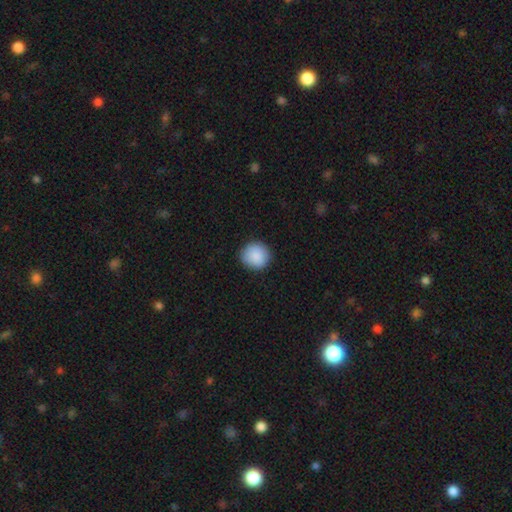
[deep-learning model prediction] Morphology: type=smooth (89%); roundness=round (93%); merging=none (90%).